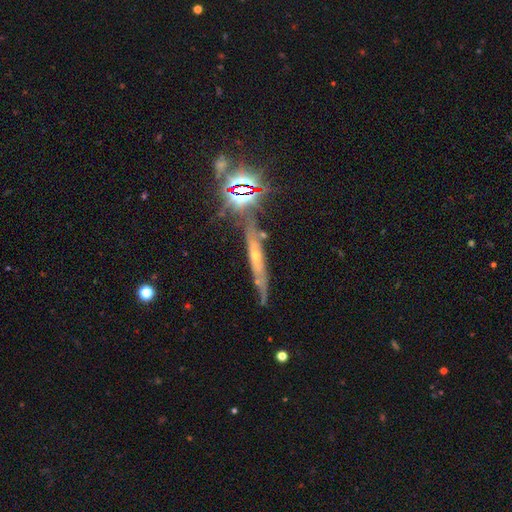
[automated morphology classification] Smooth or featured: featured or disk — 56% (star or artifact — 25%)
Edge-on disk: yes — 76% (no — 24%)
Merging: none — 67% (minor disturbance — 21%)